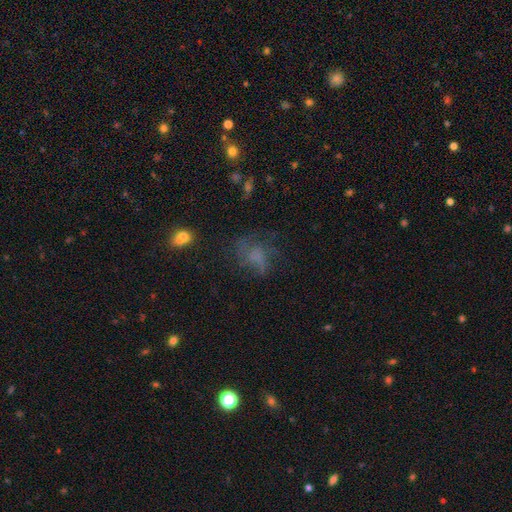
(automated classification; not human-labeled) Morphology: type=smooth (41%); merging=none (48%).